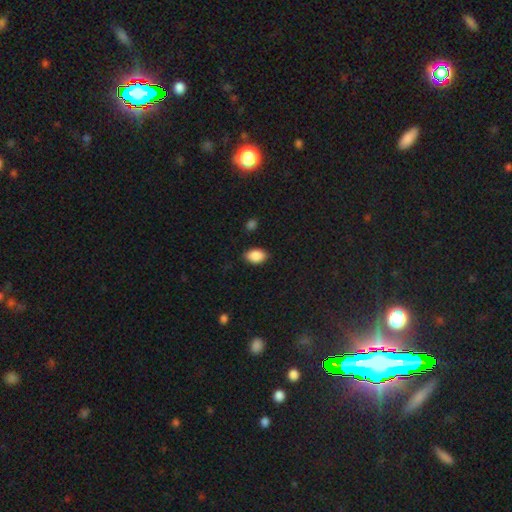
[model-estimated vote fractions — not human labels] The model was most divided on "merging": none: 85%, minor disturbance: 11%, major disturbance: 3%, merger: 1%. More confident: smooth or featured — smooth (89%); how rounded — in between (87%).